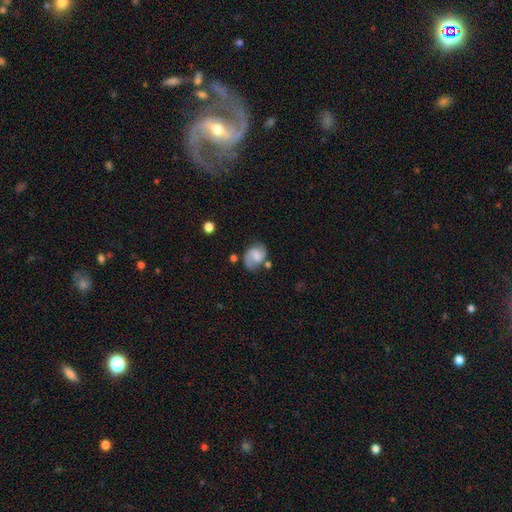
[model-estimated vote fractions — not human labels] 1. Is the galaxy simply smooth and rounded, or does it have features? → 68% featured or disk, 25% smooth, 8% star or artifact.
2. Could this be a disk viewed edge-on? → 98% no, 2% yes.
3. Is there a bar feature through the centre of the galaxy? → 49% weak, 34% no, 16% strong.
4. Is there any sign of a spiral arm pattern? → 92% yes, 8% no.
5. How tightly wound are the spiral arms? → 48% medium, 34% loose, 18% tight.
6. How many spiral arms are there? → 87% 2, 5% can't tell, 5% 1, 1% 3, 1% 4, 1% more than 4.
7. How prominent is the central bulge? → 34% none, 32% small, 26% moderate, 7% large, 2% dominant.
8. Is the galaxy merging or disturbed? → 63% none, 21% minor disturbance, 8% major disturbance, 8% merger.